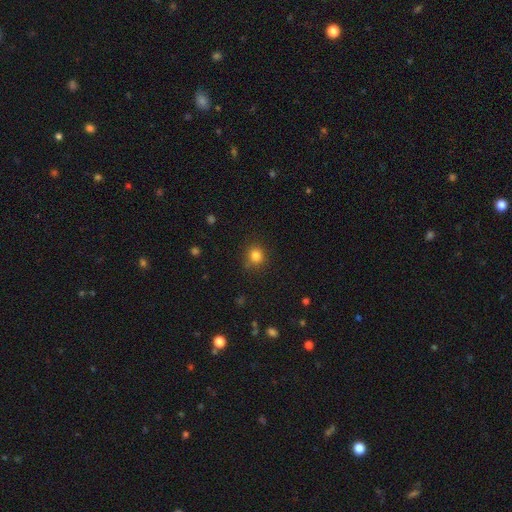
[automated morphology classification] Smooth or featured? smooth (83%)
How rounded? round (88%)
Merging? none (84%)